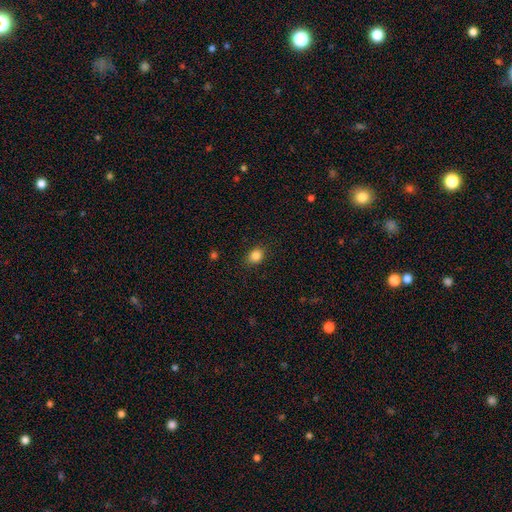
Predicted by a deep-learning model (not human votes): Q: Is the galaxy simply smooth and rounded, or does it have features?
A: smooth — 85%.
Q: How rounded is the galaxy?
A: in between — 58%.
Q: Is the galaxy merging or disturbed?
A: none — 85%.